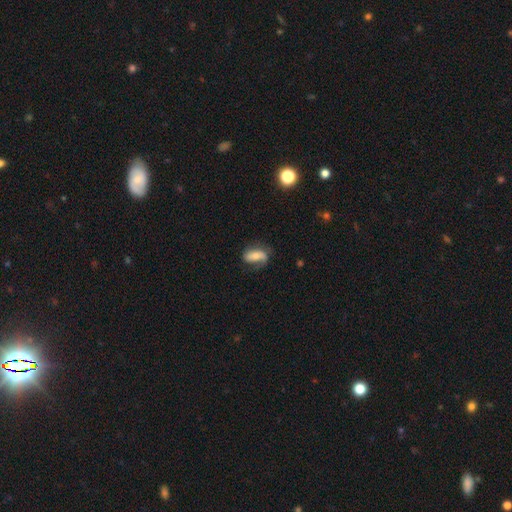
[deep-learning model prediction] smooth_or_featured: smooth (p=0.48) [alt: featured or disk p=0.44]
merging: none (p=0.55) [alt: minor disturbance p=0.28]